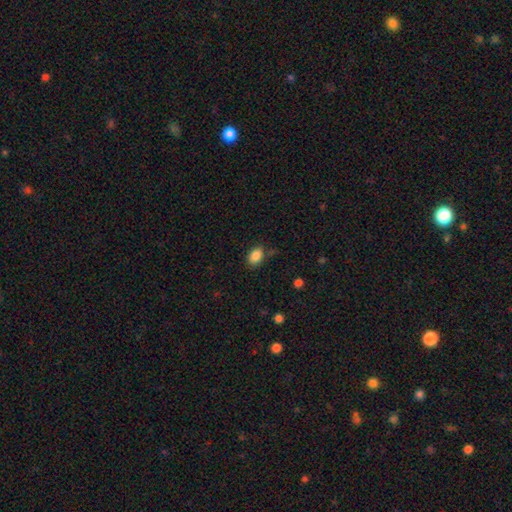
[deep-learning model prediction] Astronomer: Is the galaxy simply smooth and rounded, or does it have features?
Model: smooth — 87%.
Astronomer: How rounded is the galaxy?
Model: in between — 82%.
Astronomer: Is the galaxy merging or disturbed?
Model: none — 74%.